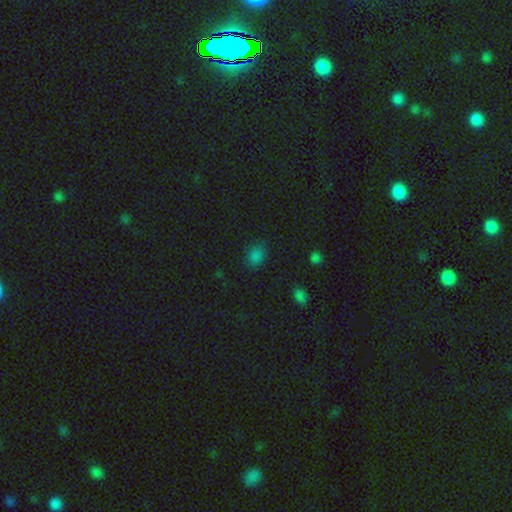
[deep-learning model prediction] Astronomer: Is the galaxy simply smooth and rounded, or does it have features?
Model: smooth — 77%.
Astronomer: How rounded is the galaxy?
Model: in between — 59% (runner-up: round, 39%).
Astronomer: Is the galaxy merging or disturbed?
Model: none — 80%.